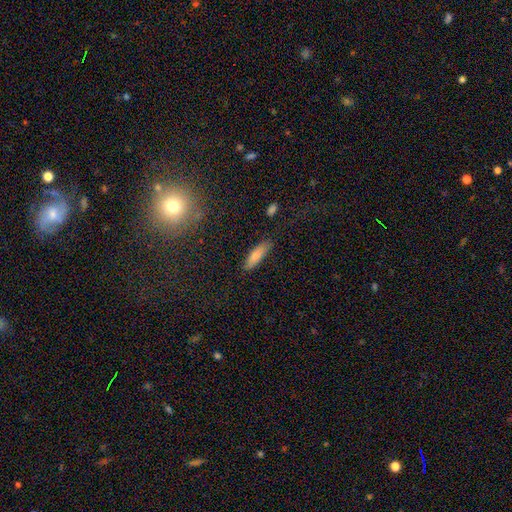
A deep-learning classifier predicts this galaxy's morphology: Smooth or featured?
  - smooth: 79% *
  - featured or disk: 14%
  - star or artifact: 7%
How rounded?
  - cigar-shaped: 57% *
  - in between: 41%
  - round: 2%
Merging?
  - none: 82% *
  - minor disturbance: 13%
  - major disturbance: 3%
  - merger: 2%